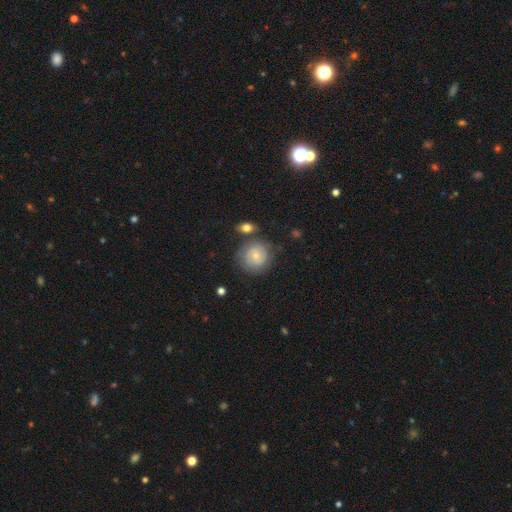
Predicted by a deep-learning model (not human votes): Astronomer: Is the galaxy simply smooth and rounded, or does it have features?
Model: smooth — 50% (runner-up: featured or disk, 42%).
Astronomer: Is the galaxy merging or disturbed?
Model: none — 72%.